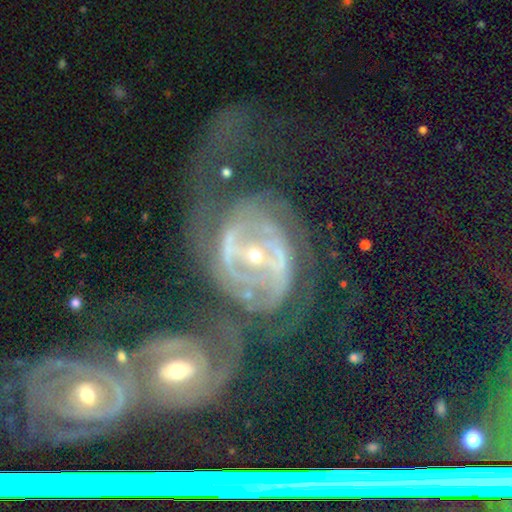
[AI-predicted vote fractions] The model was most divided on "merging": none: 36%, major disturbance: 26%, merger: 21%, minor disturbance: 17%. Remaining: edge-on disk — no (97%); spiral arms — yes (89%); smooth or featured — featured or disk (87%); bulge size — small (80%); spiral arm count — 2 (49%); spiral winding — tight (48%); bar — strong (48%).